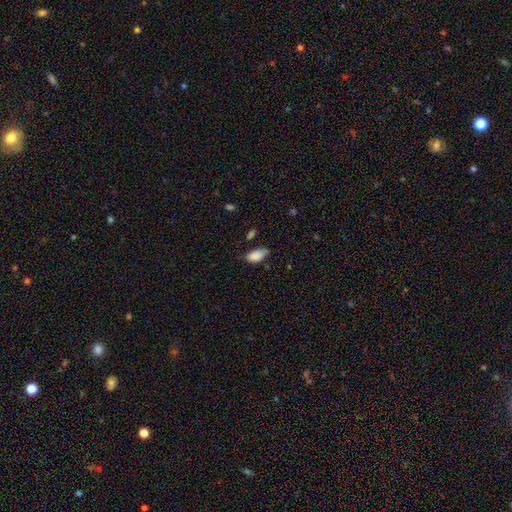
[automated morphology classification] Overall: smooth (87%). How rounded: in between (93%). Merging: none (63%; minor disturbance 28%).